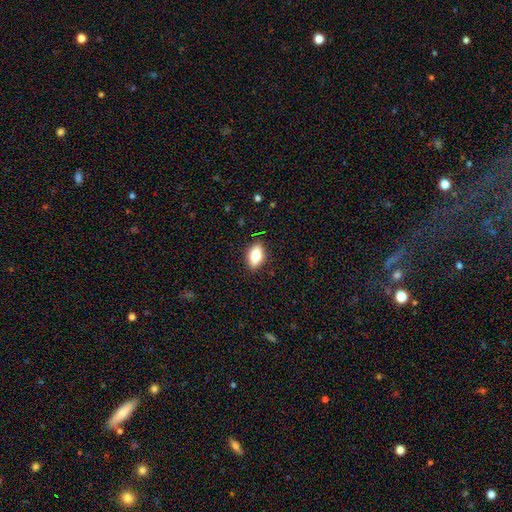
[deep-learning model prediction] This appears to be a smooth galaxy with no disk features (77%) that is in between round and cigar-shaped (88%). Merging: none (88%).